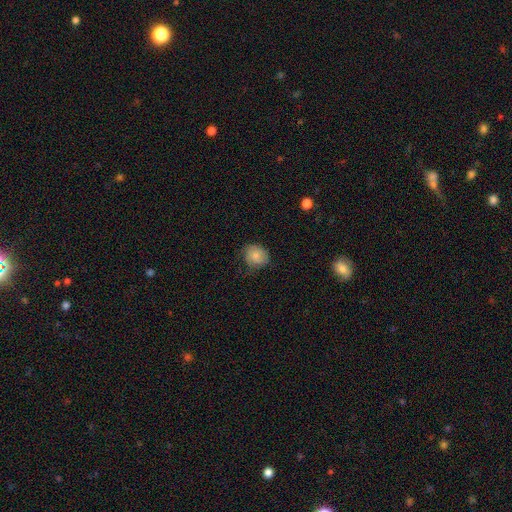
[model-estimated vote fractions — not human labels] smooth_or_featured: smooth (p=0.79) [alt: featured or disk p=0.14]
how_rounded: round (p=0.67) [alt: in between p=0.32]
merging: none (p=0.63) [alt: minor disturbance p=0.28]